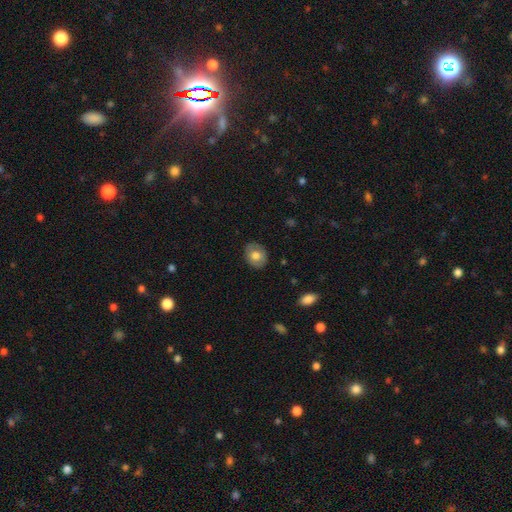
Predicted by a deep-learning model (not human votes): Q: Smooth or featured?
A: smooth (71%); runner-up: featured or disk (22%)
Q: How rounded?
A: in between (51%); runner-up: round (48%)
Q: Merging?
A: none (83%); runner-up: minor disturbance (14%)